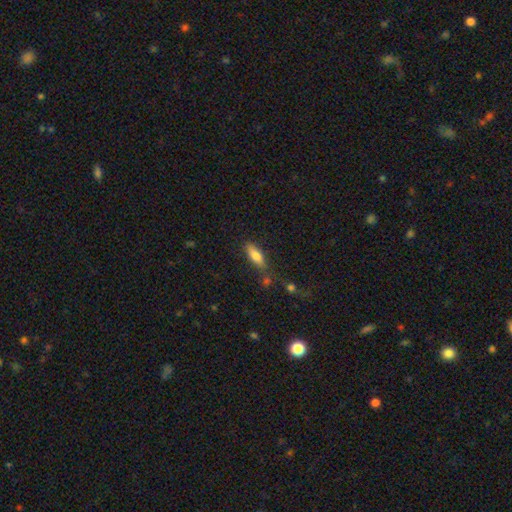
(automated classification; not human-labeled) This is likely a smooth galaxy (78%). How rounded: likely in between (63%). Merging: likely none (70%).